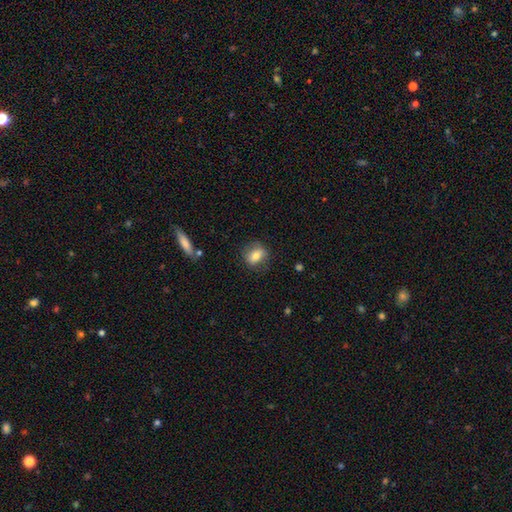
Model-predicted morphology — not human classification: Q: Smooth or featured?
A: smooth (72%); runner-up: featured or disk (20%)
Q: How rounded?
A: in between (49%); tied with: round (49%)
Q: Merging?
A: none (75%); runner-up: minor disturbance (17%)